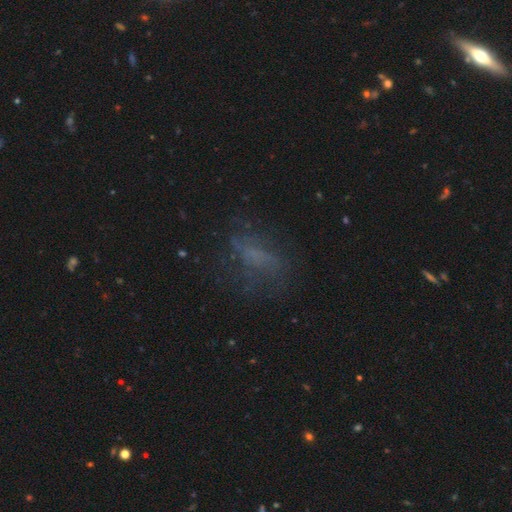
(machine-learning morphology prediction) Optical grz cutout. It shows a smooth galaxy with no disk features (41%). Merging: none (58%).